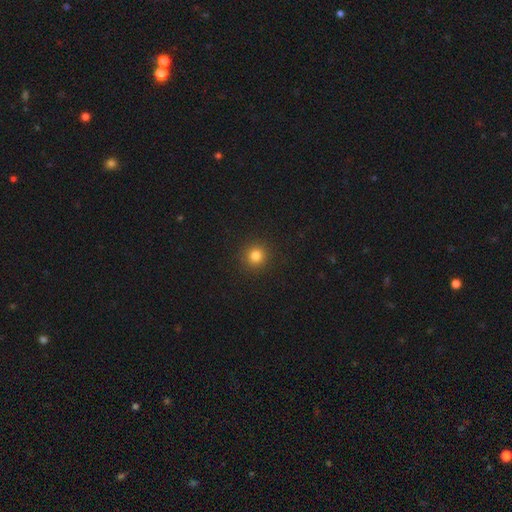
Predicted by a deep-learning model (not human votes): This is clearly a smooth galaxy (82%). How rounded: clearly round (94%). Merging: clearly none (92%).